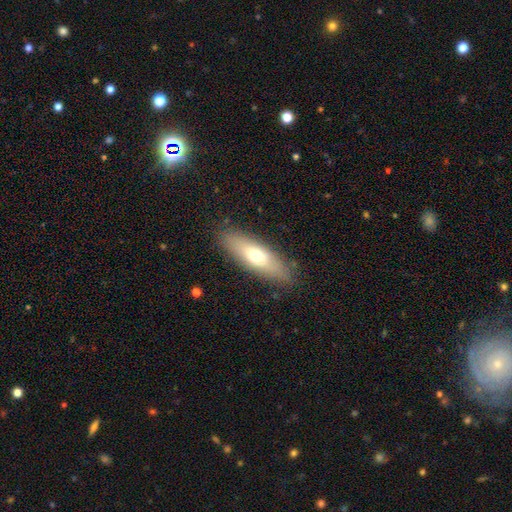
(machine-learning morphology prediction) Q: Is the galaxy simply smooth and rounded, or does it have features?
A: smooth — 62%.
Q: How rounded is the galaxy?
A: in between — 52%.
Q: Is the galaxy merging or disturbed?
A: none — 85%.